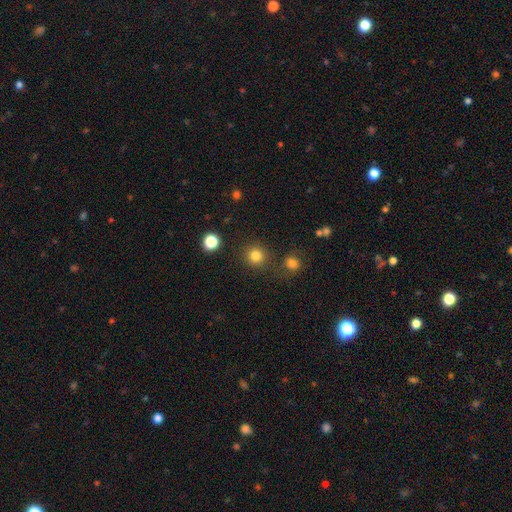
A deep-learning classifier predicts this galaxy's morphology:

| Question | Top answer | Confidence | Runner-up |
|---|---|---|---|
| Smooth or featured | smooth | 82% | star or artifact (13%) |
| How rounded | round | 93% | in between (6%) |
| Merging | none | 83% | minor disturbance (7%) |